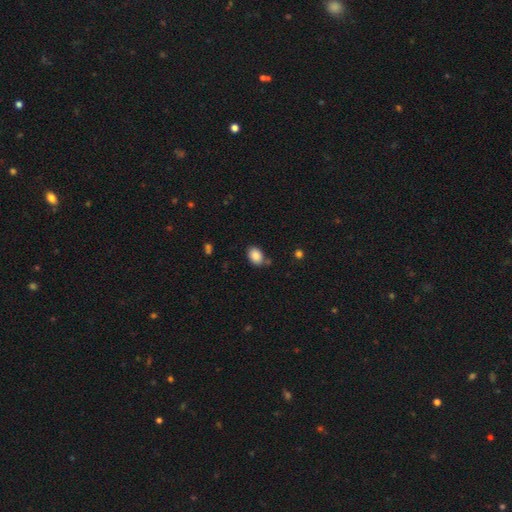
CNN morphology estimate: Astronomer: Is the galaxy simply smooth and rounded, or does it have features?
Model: smooth — 87%.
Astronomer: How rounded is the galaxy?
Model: in between — 76%.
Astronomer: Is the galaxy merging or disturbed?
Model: none — 75%.